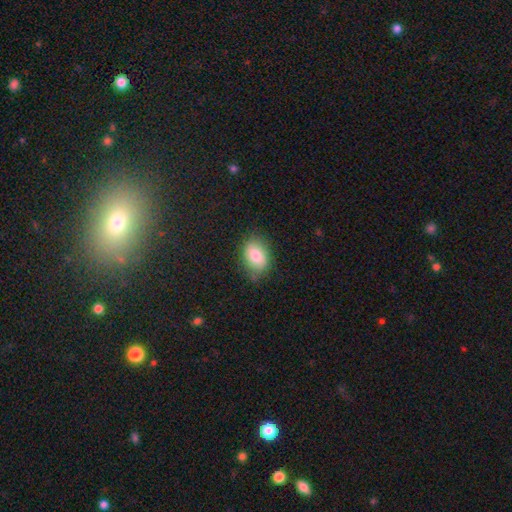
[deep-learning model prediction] The model was most divided on "merging": none: 75%, minor disturbance: 19%, major disturbance: 4%, merger: 1%. More confident: smooth or featured — smooth (81%); how rounded — in between (79%).